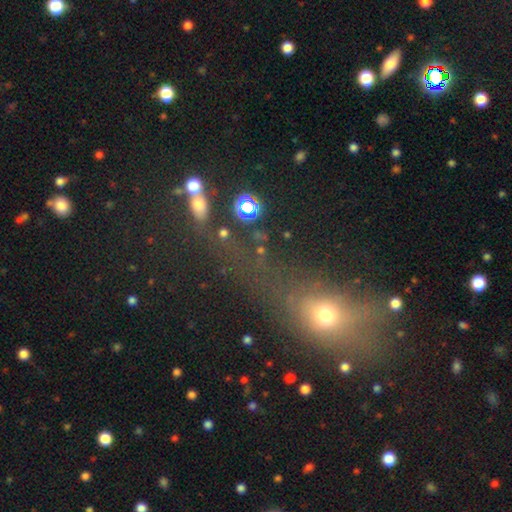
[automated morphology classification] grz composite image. It shows a smooth galaxy with no disk features (45%). Merging: none (38%).